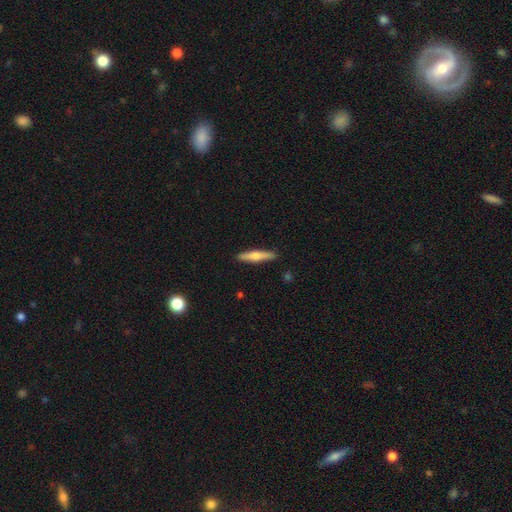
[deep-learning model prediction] smooth 53%, featured or disk 42%, star or artifact 6%. Down the decision tree: how rounded — cigar-shaped (86%); merging — none (90%).